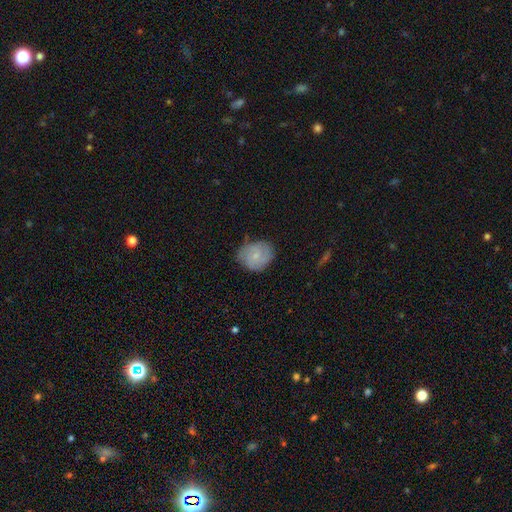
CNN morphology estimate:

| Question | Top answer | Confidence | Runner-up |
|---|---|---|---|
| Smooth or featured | smooth | 60% | featured or disk (33%) |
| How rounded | round | 60% | in between (39%) |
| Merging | none | 63% | minor disturbance (29%) |